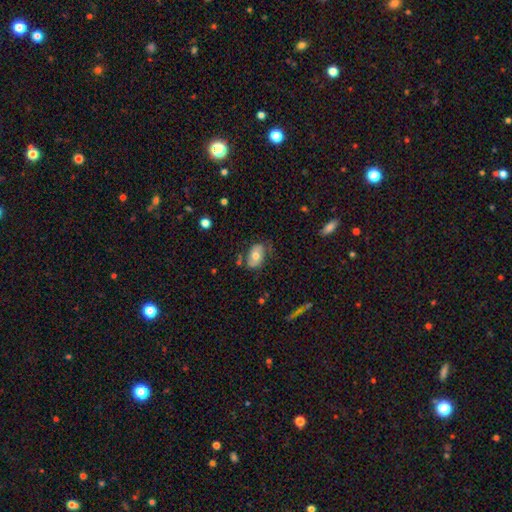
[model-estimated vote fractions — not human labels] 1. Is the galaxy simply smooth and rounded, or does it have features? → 62% smooth, 30% featured or disk, 8% star or artifact.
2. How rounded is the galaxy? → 88% in between, 11% round, 1% cigar-shaped.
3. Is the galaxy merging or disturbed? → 60% none, 25% minor disturbance, 9% major disturbance, 5% merger.